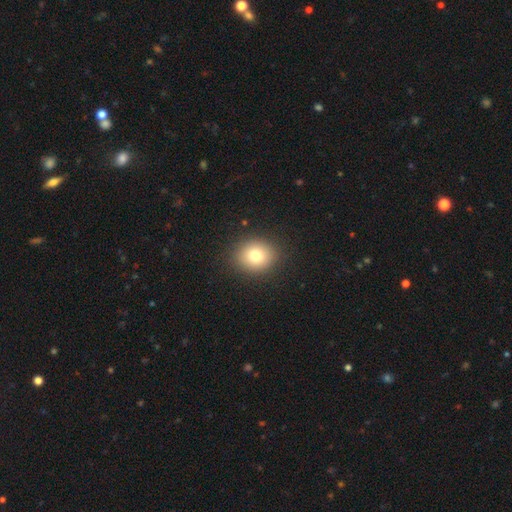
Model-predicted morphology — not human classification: Smooth or featured?
  - smooth: 78% *
  - star or artifact: 12%
  - featured or disk: 10%
How rounded?
  - round: 71% *
  - in between: 28%
  - cigar-shaped: 1%
Merging?
  - none: 89% *
  - minor disturbance: 7%
  - major disturbance: 3%
  - merger: 1%